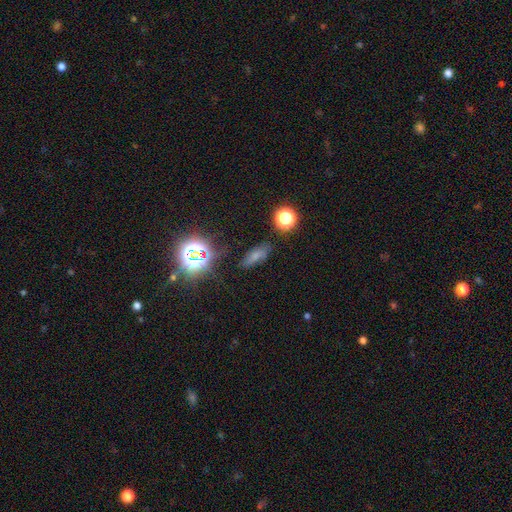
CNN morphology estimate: Smooth or featured?
  - smooth: 56% *
  - star or artifact: 26%
  - featured or disk: 18%
How rounded?
  - in between: 64% *
  - cigar-shaped: 27%
  - round: 9%
Merging?
  - none: 68% *
  - minor disturbance: 20%
  - major disturbance: 8%
  - merger: 3%